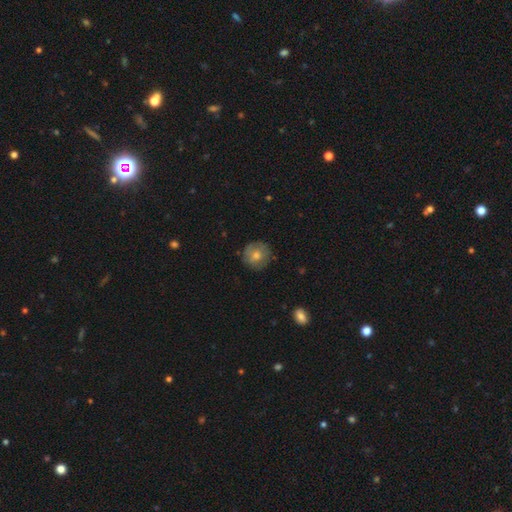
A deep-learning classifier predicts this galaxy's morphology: This appears to be a smooth galaxy with no disk features (63%) that is round (91%). Merging: none (82%).